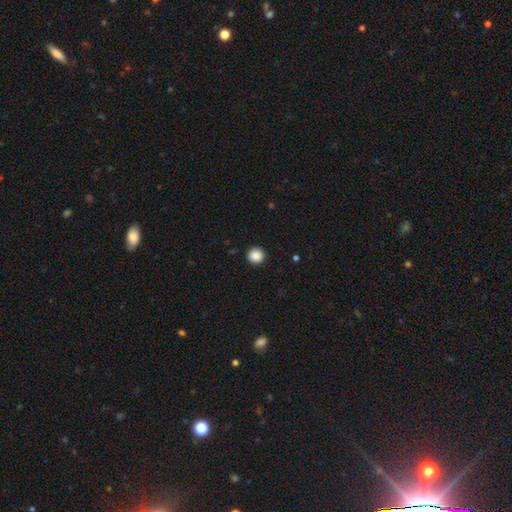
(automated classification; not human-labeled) A smooth galaxy with no disk features (88%) that is round (95%). Merging: none (93%).